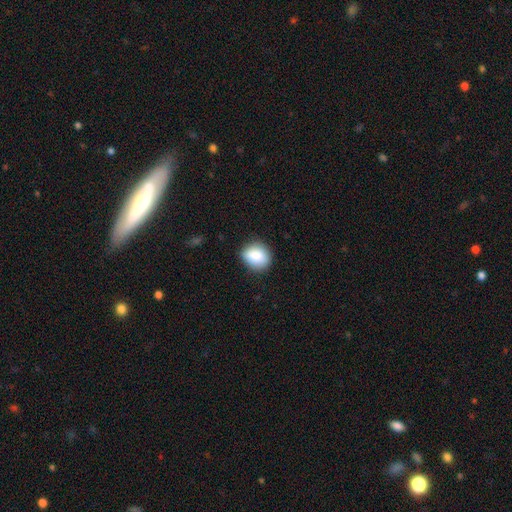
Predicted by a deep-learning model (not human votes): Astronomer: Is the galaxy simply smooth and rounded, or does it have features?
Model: smooth — 86%.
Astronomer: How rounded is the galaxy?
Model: round — 67%.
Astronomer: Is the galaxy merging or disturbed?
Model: none — 81%.